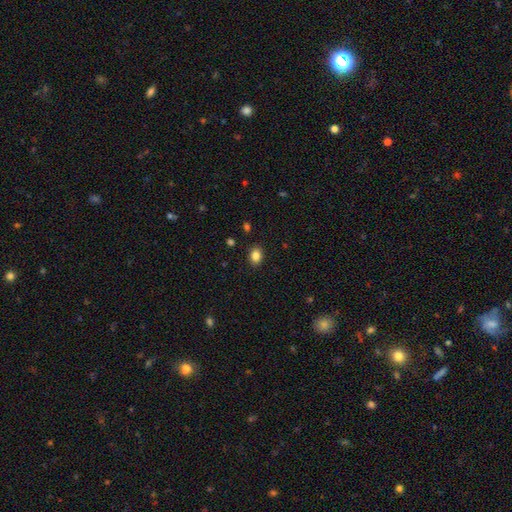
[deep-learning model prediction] Smooth or featured? smooth (85%)
How rounded? in between (70%)
Merging? none (89%)